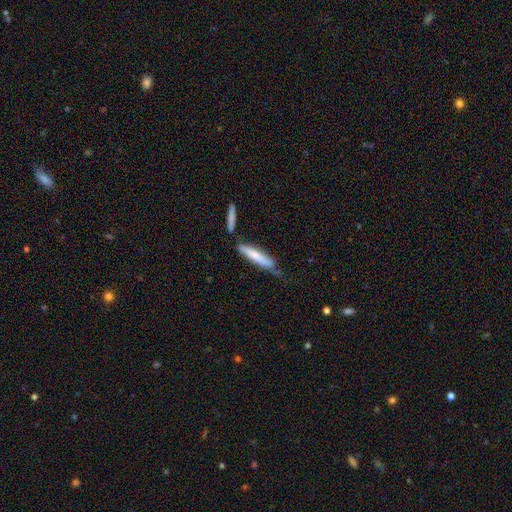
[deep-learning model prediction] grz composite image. It shows a smooth galaxy with no disk features (62%) that is cigar-shaped (87%). Merging: none (49%).